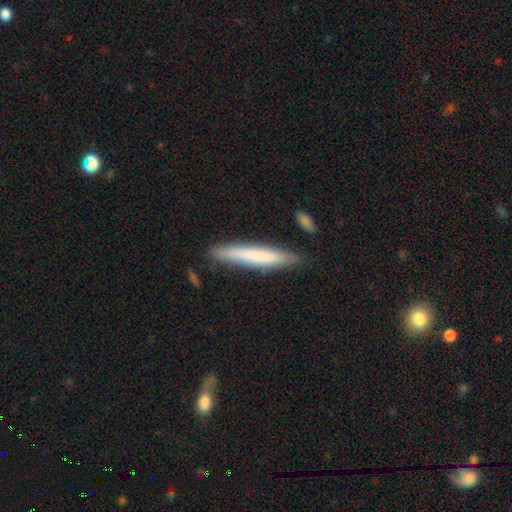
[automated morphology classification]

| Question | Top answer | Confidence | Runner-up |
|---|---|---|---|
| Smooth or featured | smooth | 68% | featured or disk (26%) |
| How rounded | cigar-shaped | 94% | in between (4%) |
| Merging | none | 85% | minor disturbance (11%) |